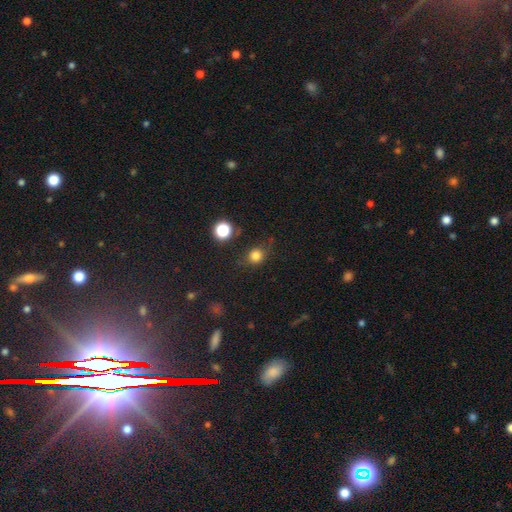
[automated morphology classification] This appears to be a smooth galaxy with no disk features (80%) that is round (82%). Merging: none (75%).